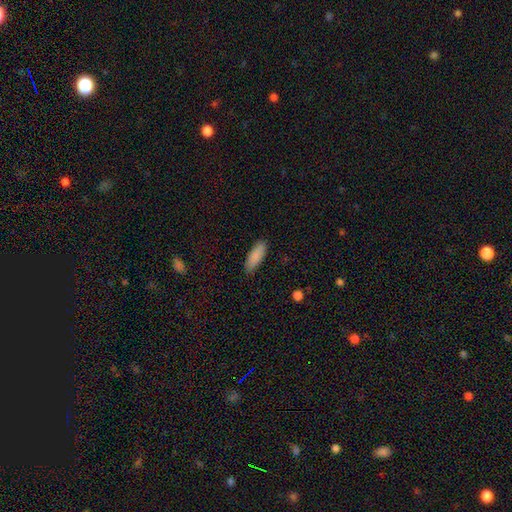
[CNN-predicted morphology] The model was most divided on "how rounded": in between: 63%, cigar-shaped: 35%, round: 2%. More confident: smooth or featured — smooth (88%); merging — none (85%).